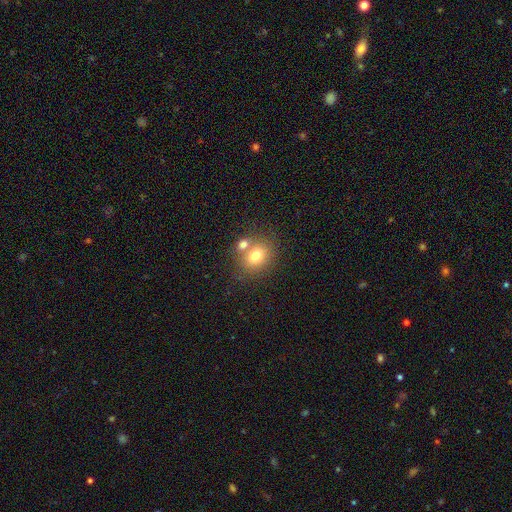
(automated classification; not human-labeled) Overall: smooth (76%). How rounded: round (55%; in between 44%). Merging: none (52%; merger 33%).